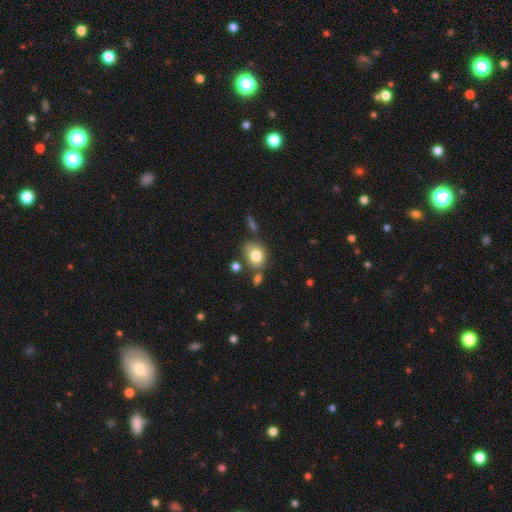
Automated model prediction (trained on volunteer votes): Smooth or featured? smooth (80%)
How rounded? round (56%)
Merging? none (64%)